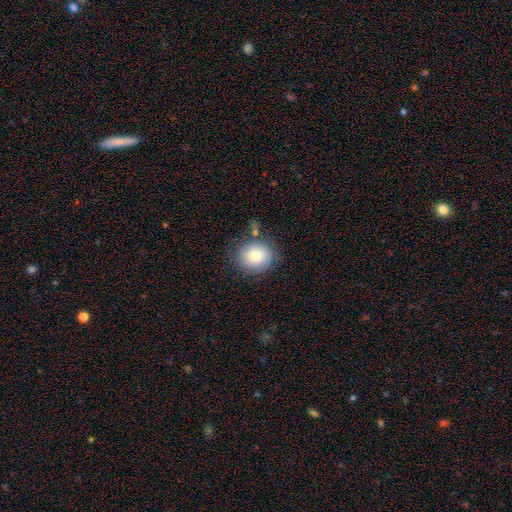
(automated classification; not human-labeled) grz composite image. It shows a smooth galaxy with no disk features (78%) that is round (73%). Merging: none (68%).